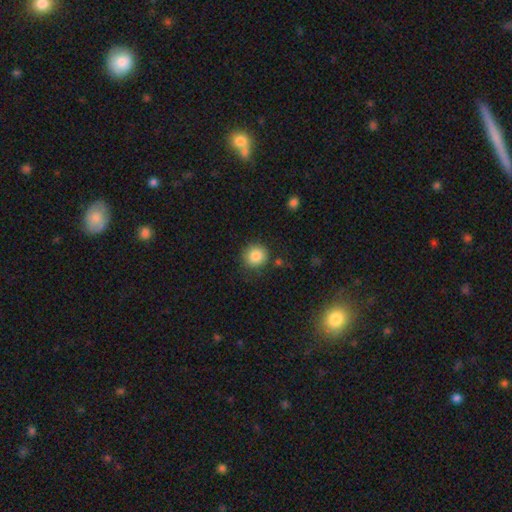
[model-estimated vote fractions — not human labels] This is clearly a smooth galaxy (86%). How rounded: clearly round (92%). Merging: clearly none (84%).